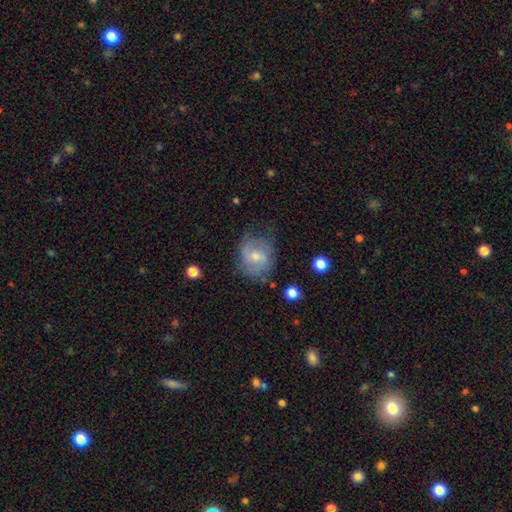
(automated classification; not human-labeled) This is possibly a featured or disk galaxy (51%). It is clearly not viewed edge-on (96%). Merging: likely none (63%).